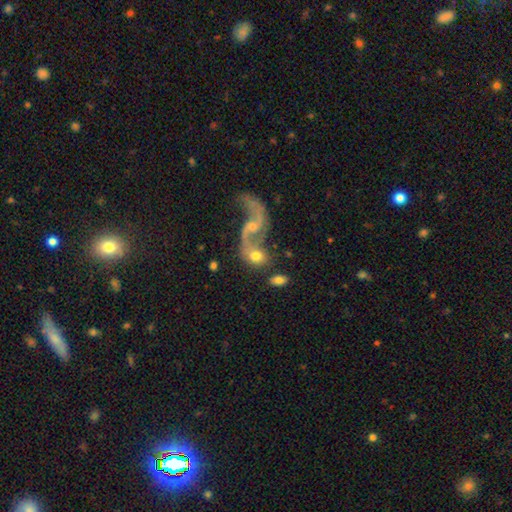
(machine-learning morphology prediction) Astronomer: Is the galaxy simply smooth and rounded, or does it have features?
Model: featured or disk — 60%.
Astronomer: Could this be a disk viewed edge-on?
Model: no — 96%.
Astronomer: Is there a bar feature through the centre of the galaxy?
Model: no — 51% (runner-up: weak, 39%).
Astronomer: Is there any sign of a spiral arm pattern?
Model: yes — 82%.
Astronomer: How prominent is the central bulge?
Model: small — 51% (runner-up: moderate, 33%).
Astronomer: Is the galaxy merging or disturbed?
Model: merger — 42% (runner-up: none, 34%).